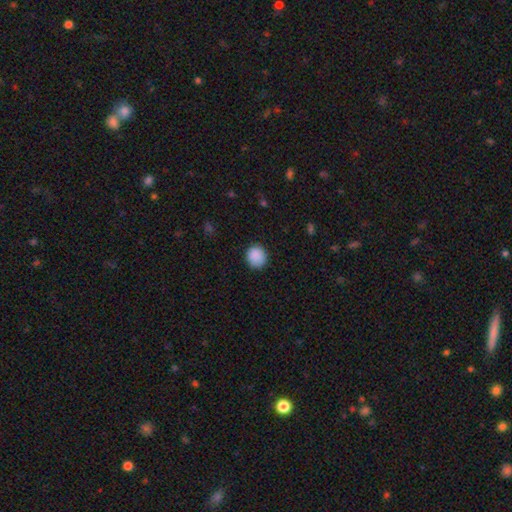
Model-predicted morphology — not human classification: Q: Smooth or featured?
A: smooth (89%); runner-up: star or artifact (8%)
Q: How rounded?
A: round (88%); runner-up: in between (11%)
Q: Merging?
A: none (88%); runner-up: minor disturbance (9%)